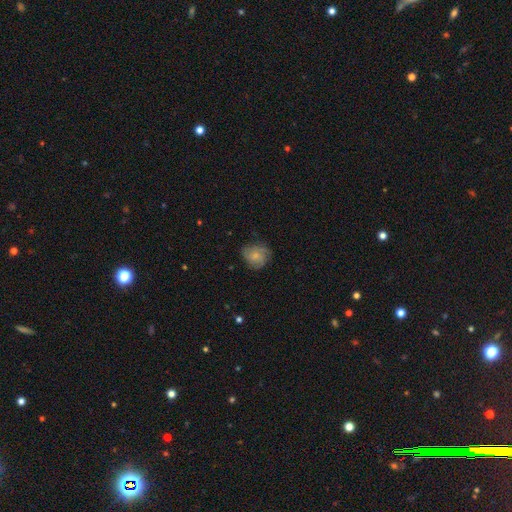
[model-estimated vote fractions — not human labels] This is possibly a smooth galaxy (50%). Merging: likely none (68%).